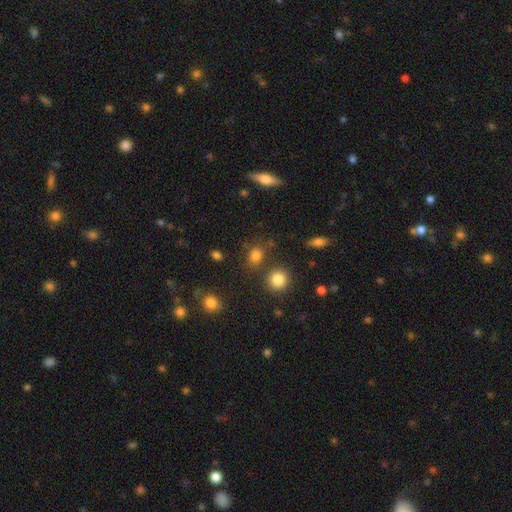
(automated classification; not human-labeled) Morphology: type=smooth (81%); roundness=round (54%); merging=none (75%).